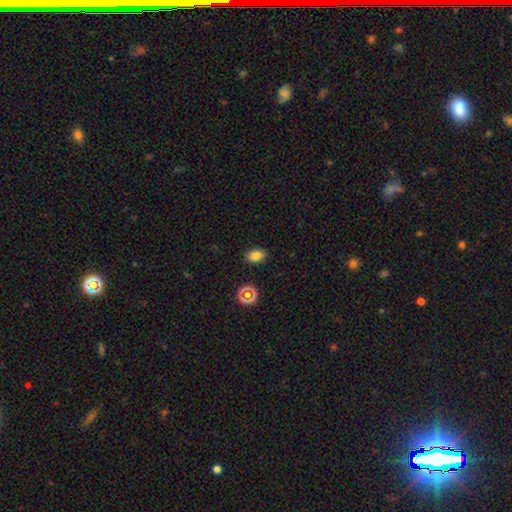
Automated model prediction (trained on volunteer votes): Smooth or featured?
  - smooth: 80% *
  - star or artifact: 14%
  - featured or disk: 5%
How rounded?
  - in between: 83% *
  - round: 16%
  - cigar-shaped: 2%
Merging?
  - none: 86% *
  - minor disturbance: 10%
  - major disturbance: 2%
  - merger: 1%